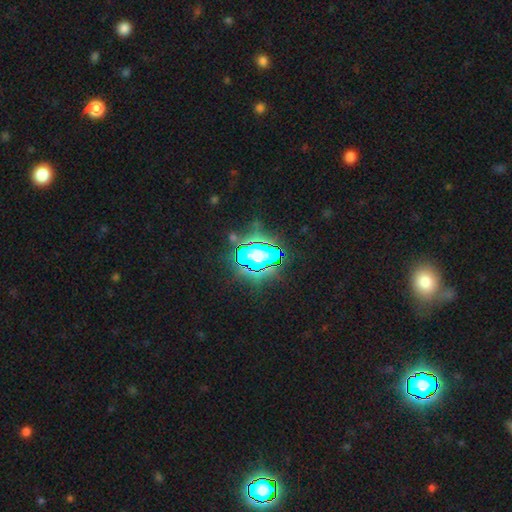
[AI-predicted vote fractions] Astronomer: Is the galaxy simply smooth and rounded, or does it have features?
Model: star or artifact — 82%.